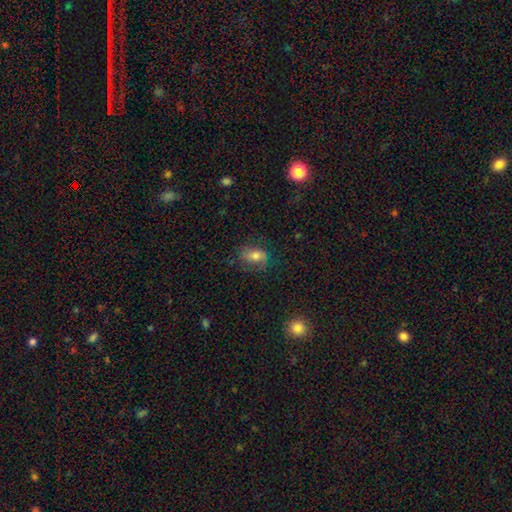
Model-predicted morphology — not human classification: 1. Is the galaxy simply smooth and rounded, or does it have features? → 58% smooth, 30% featured or disk, 12% star or artifact.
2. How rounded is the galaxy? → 77% in between, 20% round, 3% cigar-shaped.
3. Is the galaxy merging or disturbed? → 66% none, 21% minor disturbance, 11% major disturbance, 2% merger.